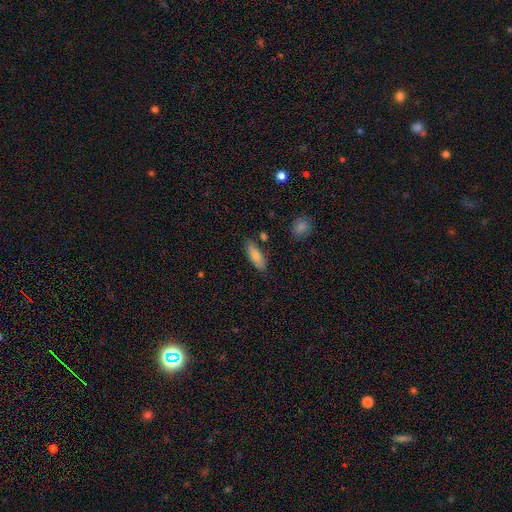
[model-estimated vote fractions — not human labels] Smooth or featured? smooth (78%)
How rounded? in between (64%)
Merging? none (80%)